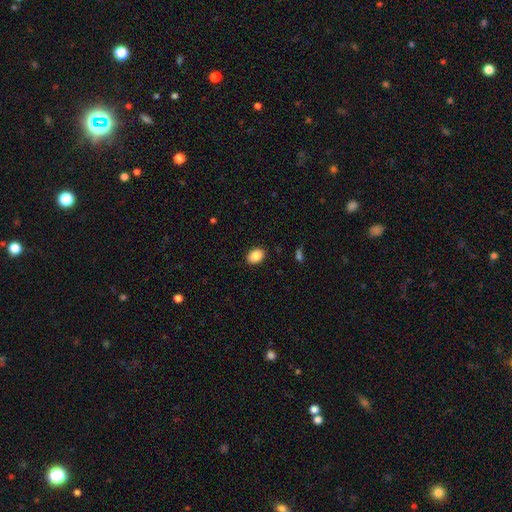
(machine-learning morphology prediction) smooth-or-featured: smooth: 88% | star or artifact: 8% | featured or disk: 4%
  how-rounded: in between: 78% | round: 21% | cigar-shaped: 1%
  merging: none: 89% | minor disturbance: 8% | major disturbance: 2% | merger: 1%